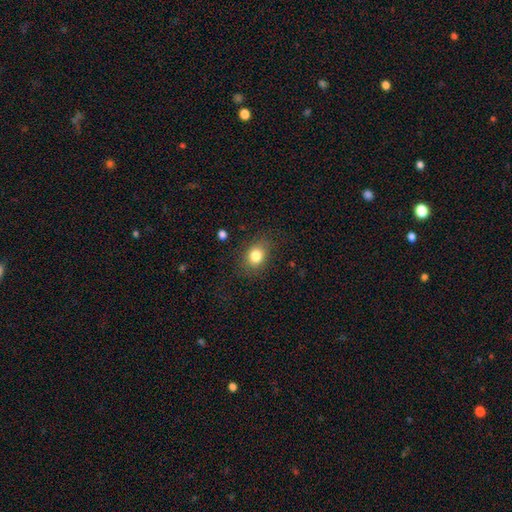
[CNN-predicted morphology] Overall: smooth (82%). How rounded: in between (53%; round 46%). Merging: none (82%).